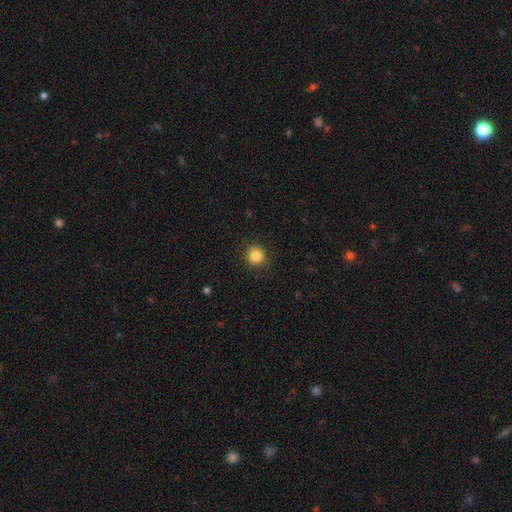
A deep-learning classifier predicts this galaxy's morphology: This appears to be a smooth galaxy with no disk features (85%) that is round (93%). Merging: none (91%).